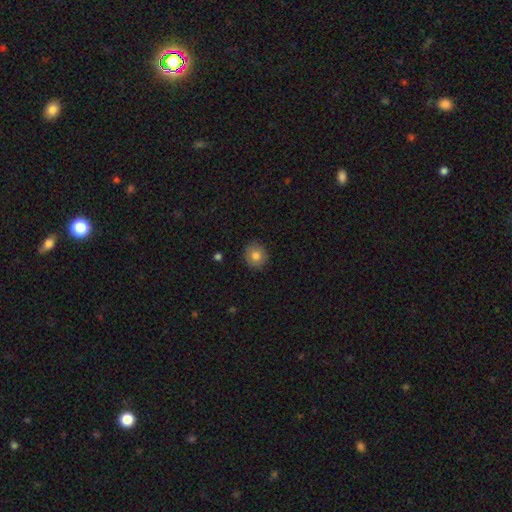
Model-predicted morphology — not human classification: smooth 81%, star or artifact 10%, featured or disk 9%. Down the decision tree: how rounded — round (89%); merging — none (90%).